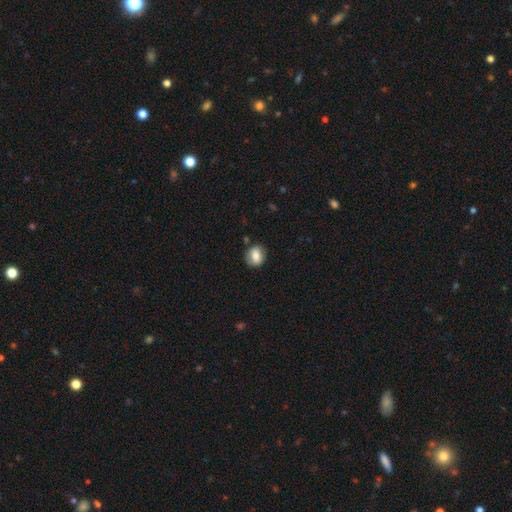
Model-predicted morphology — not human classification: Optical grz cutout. It shows a smooth galaxy with no disk features (73%) that is round (62%). Merging: none (81%).